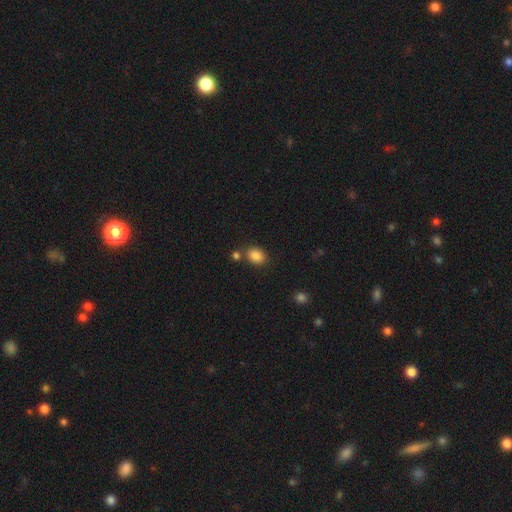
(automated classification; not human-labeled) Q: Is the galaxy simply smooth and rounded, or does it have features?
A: smooth — 85%.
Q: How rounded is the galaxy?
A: in between — 65%.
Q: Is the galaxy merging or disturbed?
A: none — 73%.